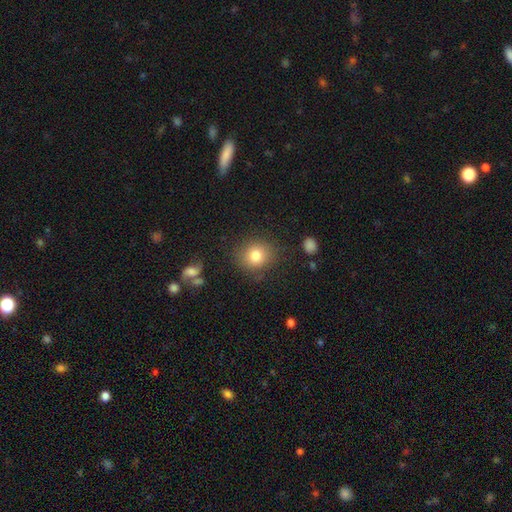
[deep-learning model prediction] Morphology: type=smooth (80%); roundness=round (80%); merging=none (84%).